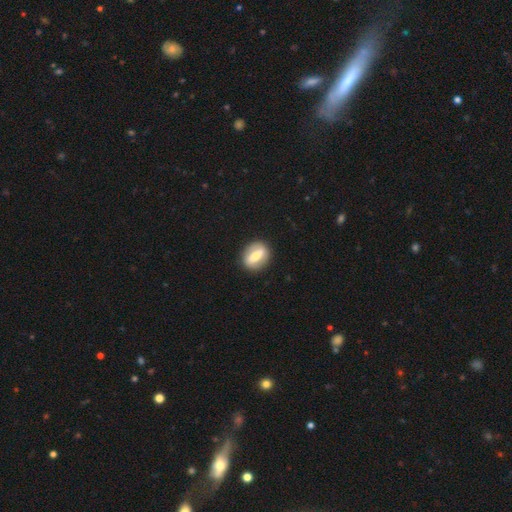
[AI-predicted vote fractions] Smooth or featured: featured or disk — 47% (smooth — 46%)
Merging: none — 87% (minor disturbance — 9%)